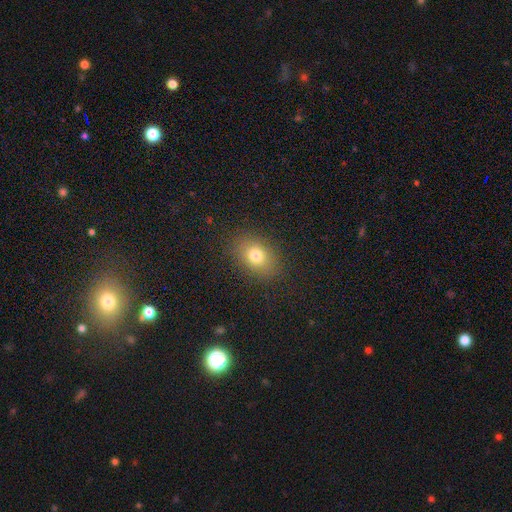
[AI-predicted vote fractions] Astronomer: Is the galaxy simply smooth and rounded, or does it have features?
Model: smooth — 76%.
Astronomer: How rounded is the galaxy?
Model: in between — 66%.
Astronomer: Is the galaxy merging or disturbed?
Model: none — 86%.